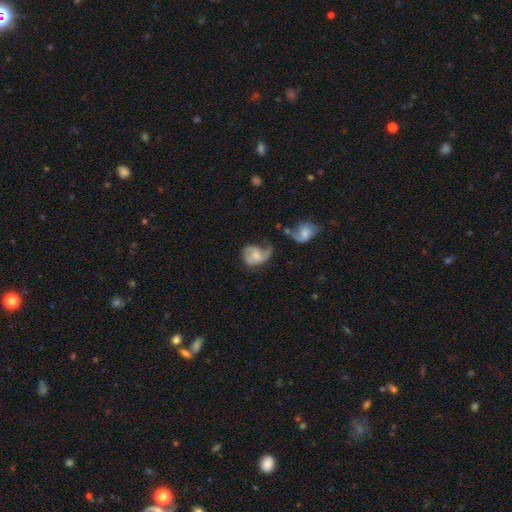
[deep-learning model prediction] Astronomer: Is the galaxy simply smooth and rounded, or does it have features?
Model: featured or disk — 56% (runner-up: smooth, 36%).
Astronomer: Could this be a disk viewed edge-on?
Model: no — 97%.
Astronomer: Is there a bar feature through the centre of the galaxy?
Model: no — 68%.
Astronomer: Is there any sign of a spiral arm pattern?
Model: yes — 76%.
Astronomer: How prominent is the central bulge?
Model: small — 46% (runner-up: moderate, 36%).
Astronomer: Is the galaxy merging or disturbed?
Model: major disturbance — 40% (runner-up: minor disturbance, 26%).